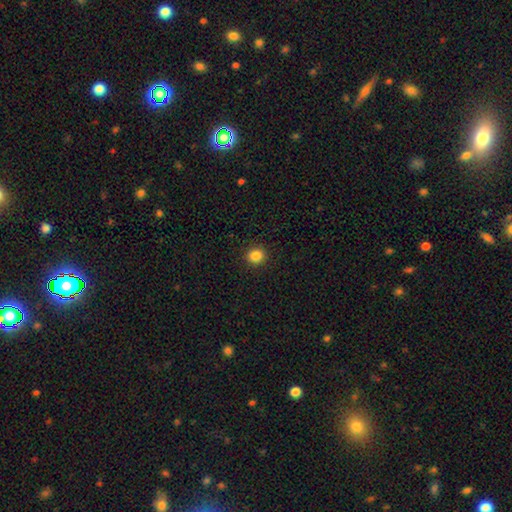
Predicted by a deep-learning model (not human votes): Smooth or featured?
  - smooth: 86% *
  - star or artifact: 10%
  - featured or disk: 4%
How rounded?
  - round: 81% *
  - in between: 18%
  - cigar-shaped: 1%
Merging?
  - none: 92% *
  - minor disturbance: 5%
  - major disturbance: 2%
  - merger: 1%